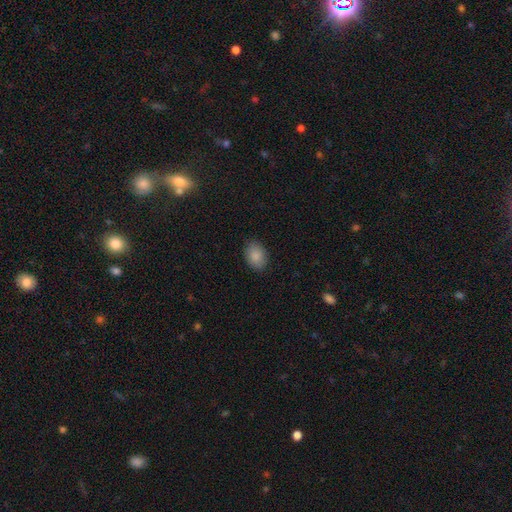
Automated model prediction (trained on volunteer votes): A smooth galaxy with no disk features (88%) that is in between round and cigar-shaped (81%). Merging: none (88%).